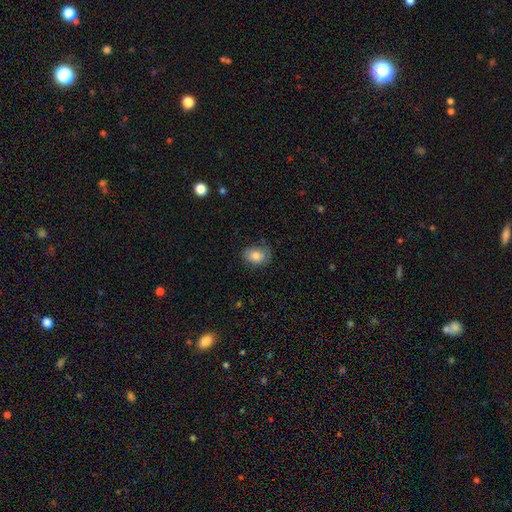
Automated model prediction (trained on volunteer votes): A smooth galaxy with no disk features (80%) that is in between round and cigar-shaped (70%). Merging: none (71%).